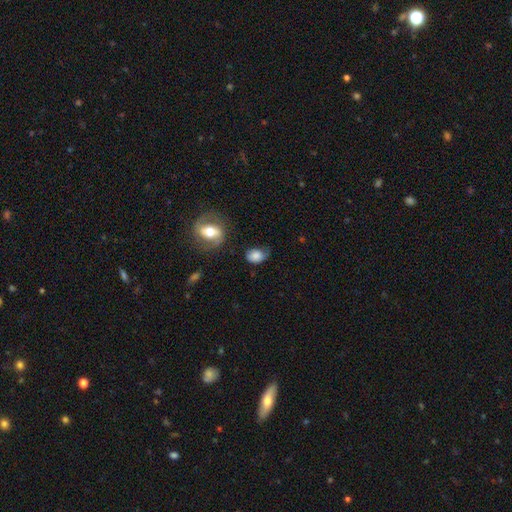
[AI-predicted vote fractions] Overall: smooth (72%). How rounded: in between (66%; round 33%). Merging: none (47%; minor disturbance 34%).